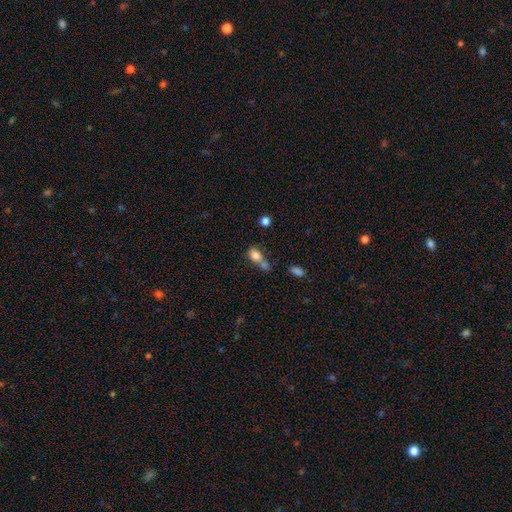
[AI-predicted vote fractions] Smooth or featured? Predicted: smooth (p=0.79). How rounded? Predicted: in between (p=0.73). Merging? Predicted: merger (p=0.46).